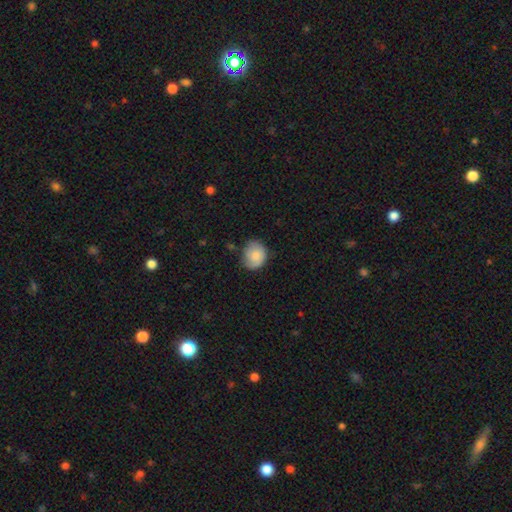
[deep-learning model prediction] smooth 76%, featured or disk 17%, star or artifact 7%. Down the decision tree: how rounded — round (65%); merging — none (63%).